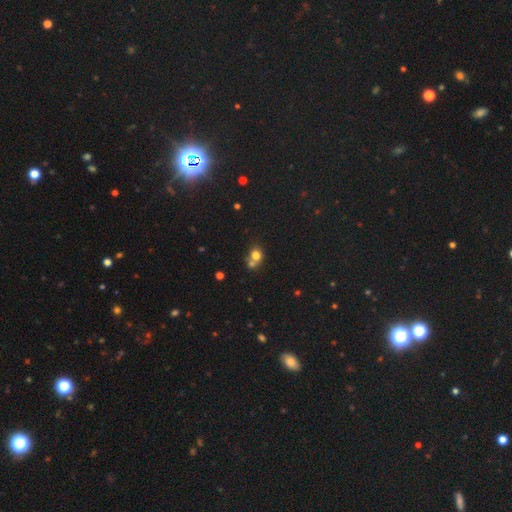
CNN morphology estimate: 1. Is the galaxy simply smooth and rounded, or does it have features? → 74% smooth, 14% star or artifact, 12% featured or disk.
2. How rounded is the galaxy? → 75% round, 24% in between, 1% cigar-shaped.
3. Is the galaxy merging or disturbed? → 50% merger, 38% none, 8% minor disturbance, 4% major disturbance.